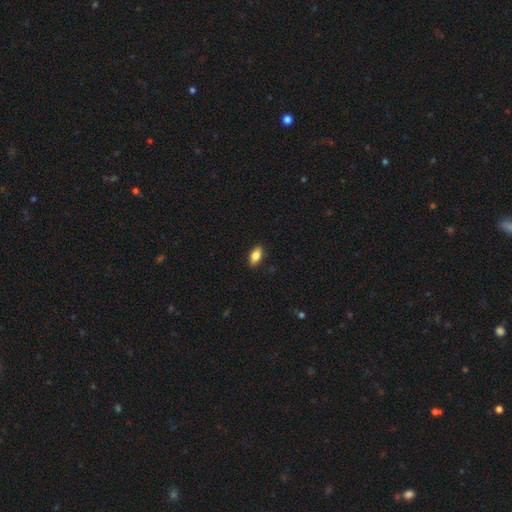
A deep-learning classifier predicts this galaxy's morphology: Smooth or featured: smooth — 80% (featured or disk — 13%)
How rounded: in between — 88% (cigar-shaped — 7%)
Merging: none — 87% (minor disturbance — 10%)